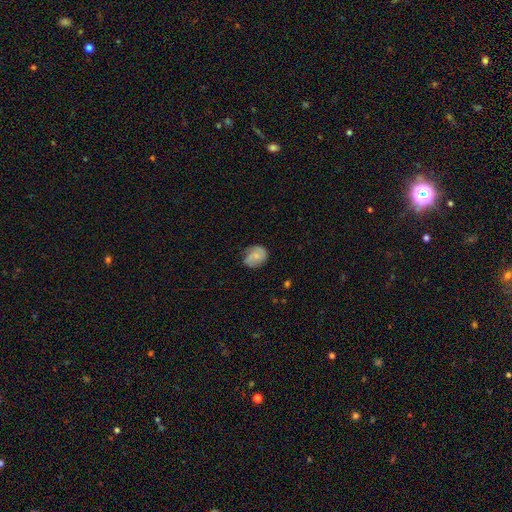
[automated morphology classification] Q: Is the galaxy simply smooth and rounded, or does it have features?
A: smooth — 50%.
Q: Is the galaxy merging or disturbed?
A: none — 59%.